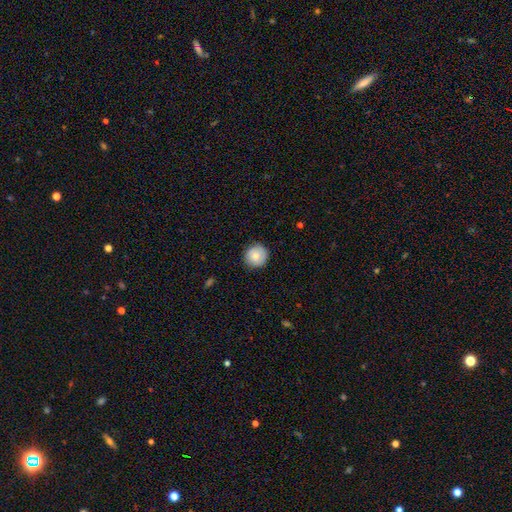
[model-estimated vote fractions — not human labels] smooth_or_featured: smooth (p=0.76) [alt: featured or disk p=0.16]
how_rounded: round (p=0.93) [alt: in between p=0.06]
merging: none (p=0.85) [alt: minor disturbance p=0.12]